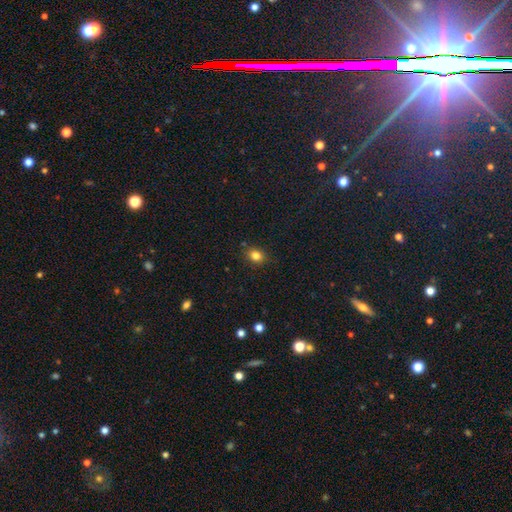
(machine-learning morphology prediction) Overall: smooth (82%). How rounded: round (57%; in between 42%). Merging: none (84%).